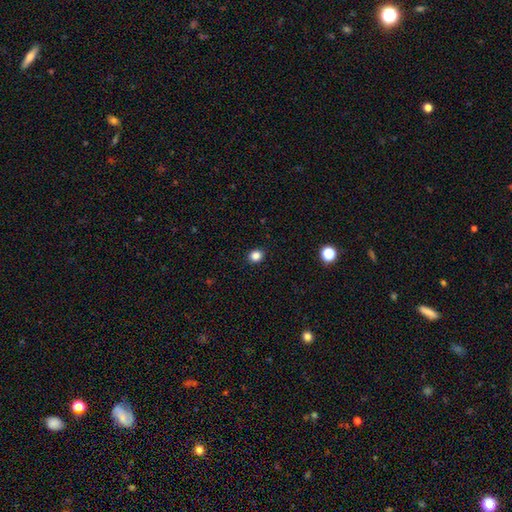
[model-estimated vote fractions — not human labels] Smooth or featured?
  - smooth: 84% *
  - star or artifact: 12%
  - featured or disk: 3%
How rounded?
  - round: 81% *
  - in between: 18%
  - cigar-shaped: 1%
Merging?
  - none: 92% *
  - minor disturbance: 5%
  - major disturbance: 2%
  - merger: 1%